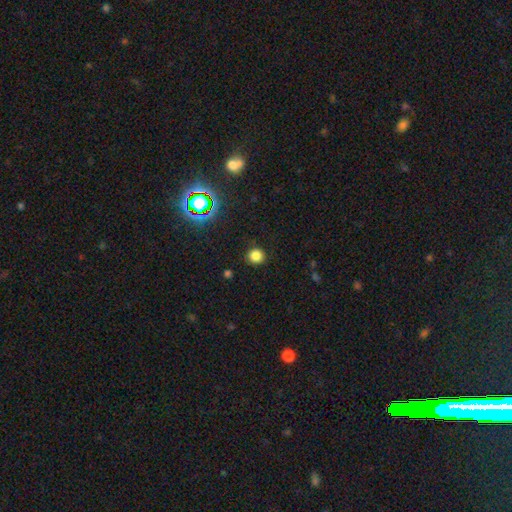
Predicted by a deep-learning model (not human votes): smooth 81%, star or artifact 15%, featured or disk 4%. Down the decision tree: how rounded — round (91%); merging — none (89%).